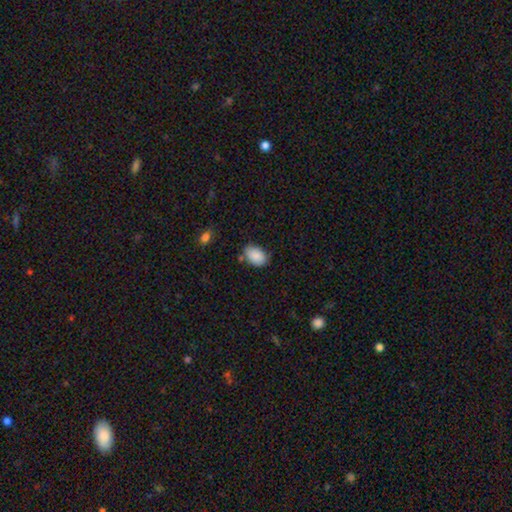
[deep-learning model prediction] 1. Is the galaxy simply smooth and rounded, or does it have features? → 88% smooth, 7% star or artifact, 5% featured or disk.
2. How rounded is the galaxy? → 87% in between, 12% round, 1% cigar-shaped.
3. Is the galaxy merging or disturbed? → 70% none, 21% minor disturbance, 5% merger, 4% major disturbance.